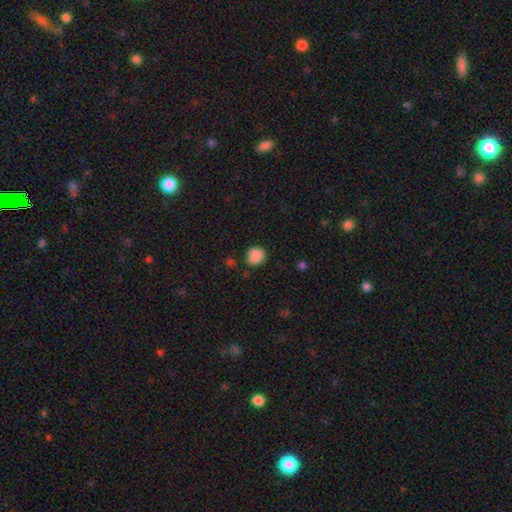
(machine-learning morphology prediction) Smooth or featured: smooth — 86% (star or artifact — 10%)
How rounded: round — 80% (in between — 19%)
Merging: none — 73% (minor disturbance — 19%)